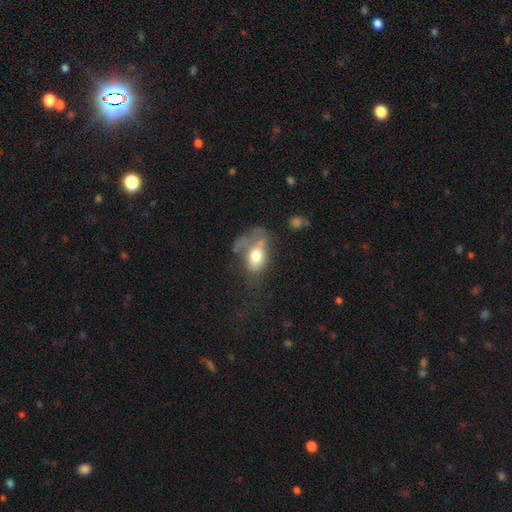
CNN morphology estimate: Smooth or featured? smooth (64%)
How rounded? in between (84%)
Merging? major disturbance (45%)